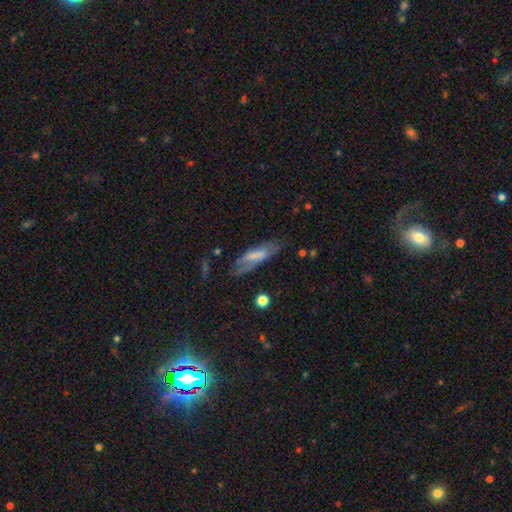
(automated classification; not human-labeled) A smooth galaxy with no disk features (54%) that is cigar-shaped (59%). Merging: none (57%).